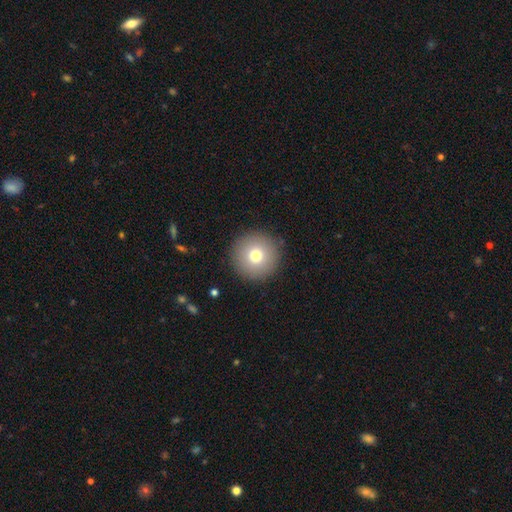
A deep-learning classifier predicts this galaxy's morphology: type=smooth (77%); roundness=round (96%); merging=none (91%).